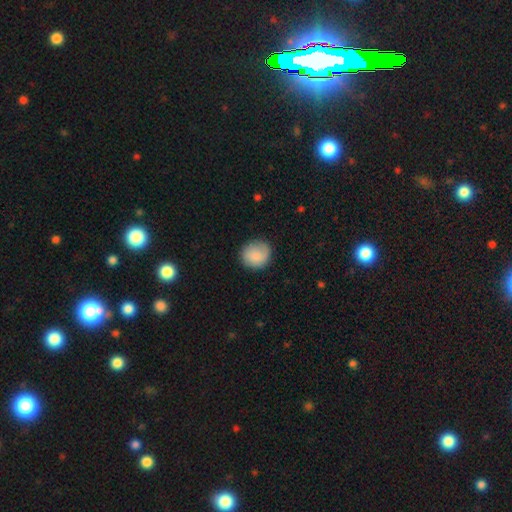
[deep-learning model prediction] The model was most divided on "how rounded": round: 83%, in between: 16%, cigar-shaped: 1%. More confident: smooth or featured — smooth (82%); merging — none (82%).